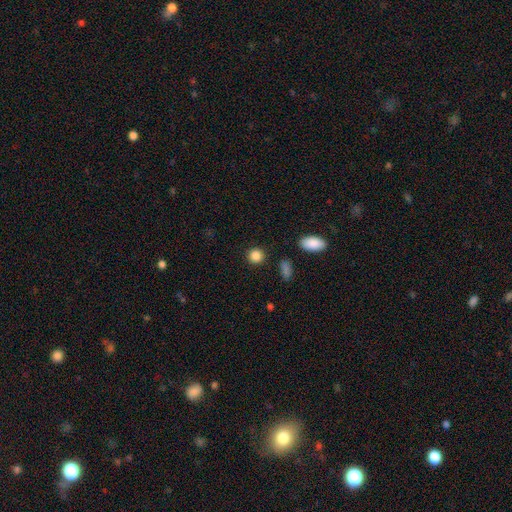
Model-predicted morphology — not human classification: This is clearly a smooth galaxy (87%). How rounded: clearly round (89%). Merging: clearly none (89%).